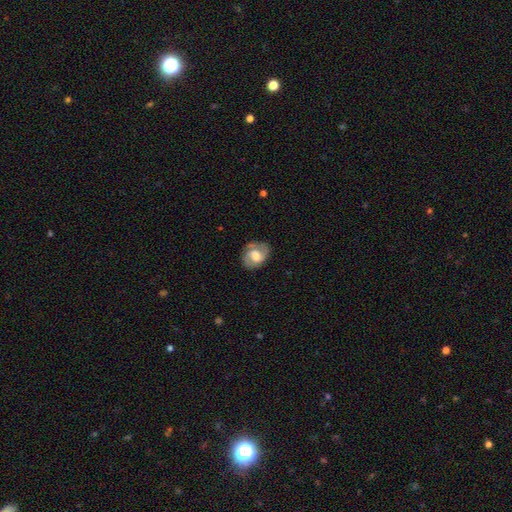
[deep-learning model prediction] A featured or disk galaxy (66%) with no bar (46%), 2 (79%) medium (45%) spiral arms (87%) and a moderate central bulge (46%).

Vote fractions:
- Smooth or featured? featured or disk: 66% / smooth: 28% / star or artifact: 7%
- Edge-on disk? no: 97% / yes: 3%
- Bar? no: 46% / weak: 43% / strong: 11%
- Spiral arms? yes: 87% / no: 13%
- Spiral winding? medium: 45% / tight: 39% / loose: 16%
- Spiral arm count? 2: 79% / can't tell: 11% / 1: 5% / 3: 3% / 4: 1% / more than 4: 1%
- Bulge size? moderate: 46% / large: 36% / small: 11% / none: 4% / dominant: 3%
- Merging? none: 75% / minor disturbance: 18% / major disturbance: 6% / merger: 1%